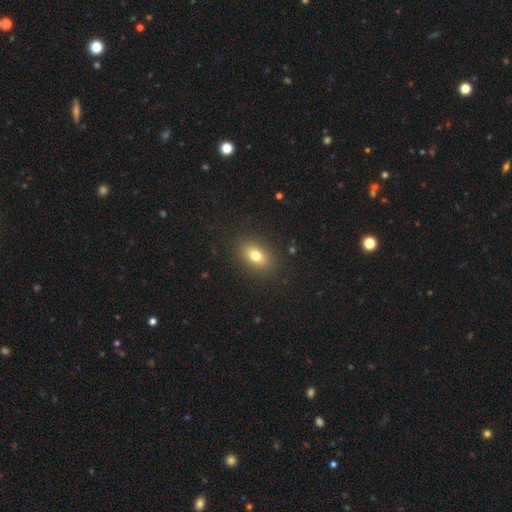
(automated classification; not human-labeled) Smooth or featured?
  - smooth: 77% *
  - featured or disk: 12%
  - star or artifact: 11%
How rounded?
  - in between: 79% *
  - round: 18%
  - cigar-shaped: 3%
Merging?
  - none: 87% *
  - minor disturbance: 9%
  - major disturbance: 3%
  - merger: 1%